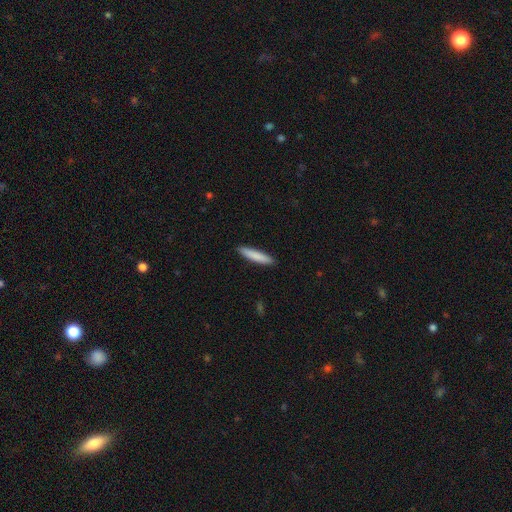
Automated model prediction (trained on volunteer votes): Smooth or featured?
  - smooth: 85% *
  - featured or disk: 10%
  - star or artifact: 5%
How rounded?
  - cigar-shaped: 90% *
  - in between: 9%
  - round: 1%
Merging?
  - none: 91% *
  - minor disturbance: 6%
  - major disturbance: 1%
  - merger: 1%